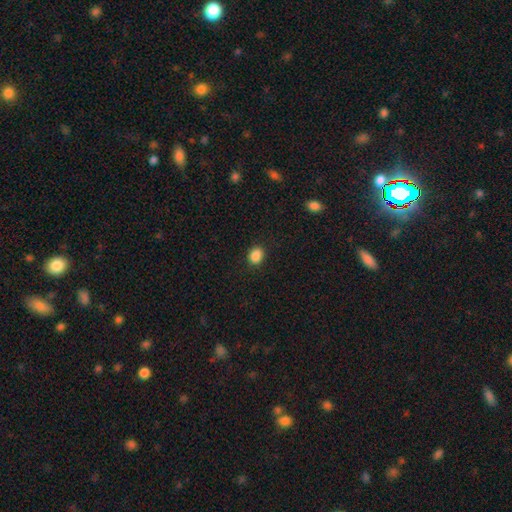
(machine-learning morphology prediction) smooth 88%, star or artifact 9%, featured or disk 3%. Down the decision tree: how rounded — in between (54%); merging — none (88%).